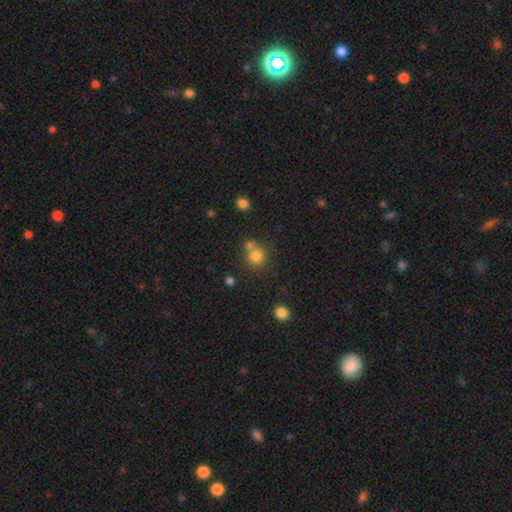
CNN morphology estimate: This is likely a smooth galaxy (79%). How rounded: clearly round (88%). Merging: possibly none (57%).